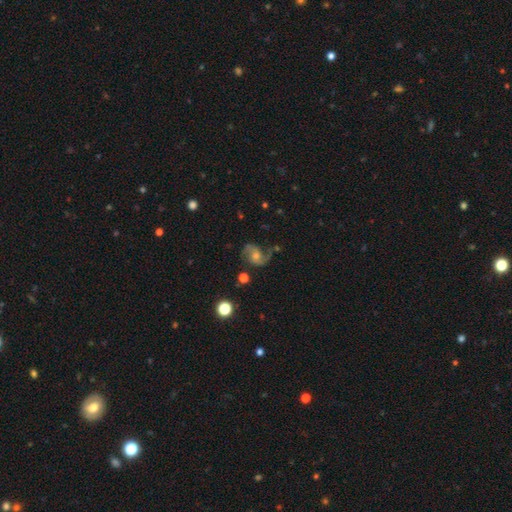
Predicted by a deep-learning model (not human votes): featured or disk 79%, smooth 11%, star or artifact 10%. Down the decision tree: edge-on disk — no (98%); bar — no (62%); spiral arms — yes (95%); spiral arm count — 2 (86%); spiral winding — medium (48%); bulge size — moderate (49%); merging — none (67%).